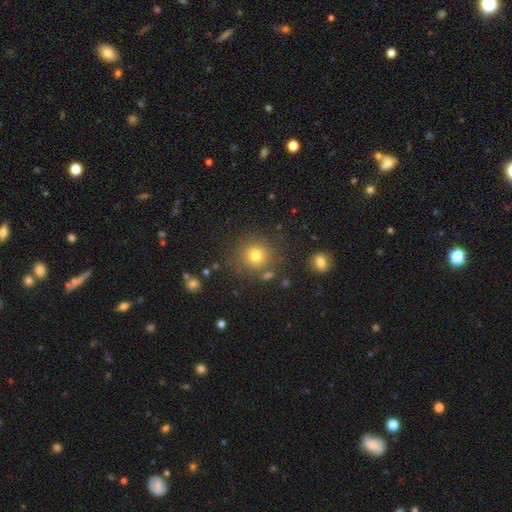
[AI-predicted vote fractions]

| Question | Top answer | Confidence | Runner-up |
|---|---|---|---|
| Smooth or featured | smooth | 77% | star or artifact (14%) |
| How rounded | round | 91% | in between (8%) |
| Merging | none | 81% | minor disturbance (10%) |